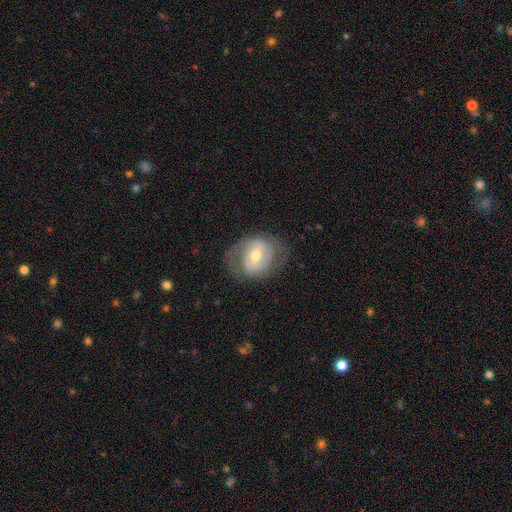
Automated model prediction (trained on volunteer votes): The model was most divided on "bar": weak: 41%, no: 33%, strong: 26%. More confident: edge-on disk — no (95%); merging — none (68%); bulge size — moderate (62%); smooth or featured — featured or disk (59%); spiral arms — yes (57%).